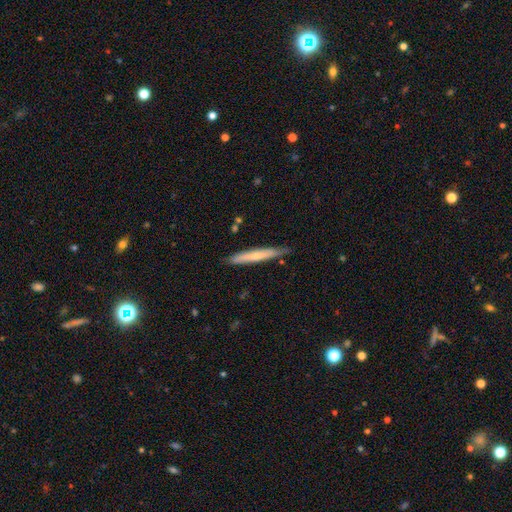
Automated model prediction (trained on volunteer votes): Overall: smooth (59%; featured or disk 36%). How rounded: cigar-shaped (95%). Merging: none (83%).